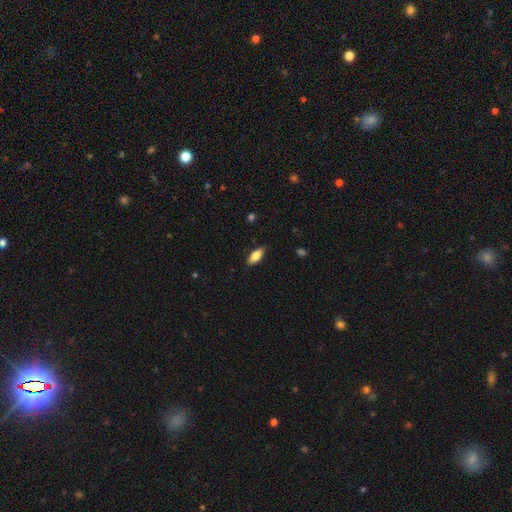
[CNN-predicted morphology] smooth-or-featured: smooth: 81% | featured or disk: 12% | star or artifact: 7%
  how-rounded: in between: 86% | cigar-shaped: 12% | round: 2%
  merging: none: 86% | minor disturbance: 11% | major disturbance: 2% | merger: 1%